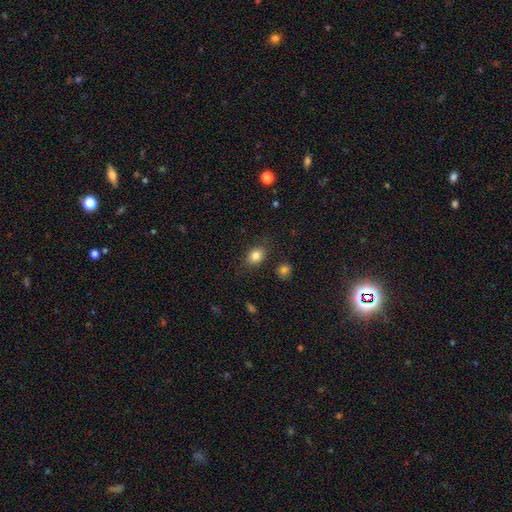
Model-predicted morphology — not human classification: This is clearly a smooth galaxy (84%). How rounded: possibly in between (60%). Merging: clearly none (82%).